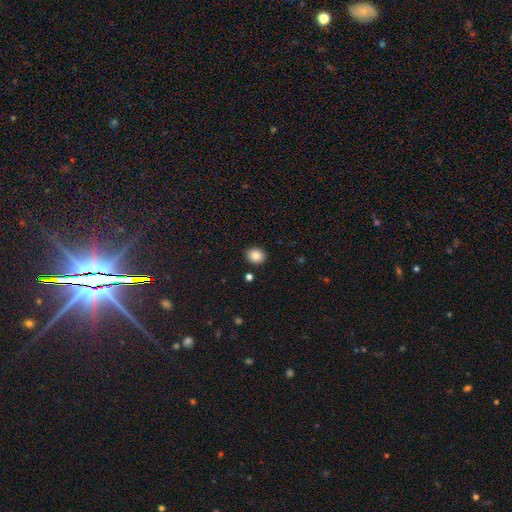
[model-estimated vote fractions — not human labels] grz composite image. It shows a smooth galaxy with no disk features (84%) that is round (64%). Merging: none (89%).